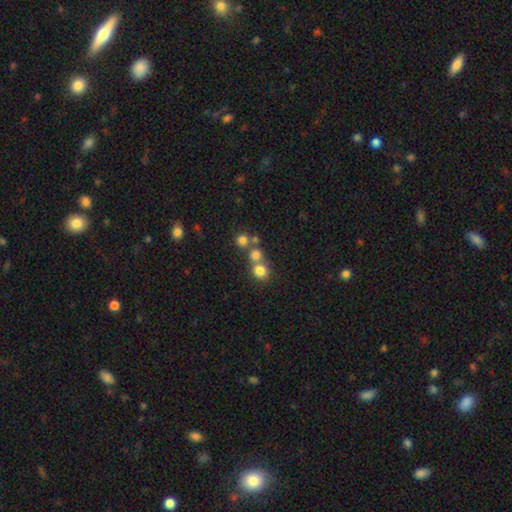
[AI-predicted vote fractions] A smooth galaxy with no disk features (70%) that is round (86%). Merging: none (51%).